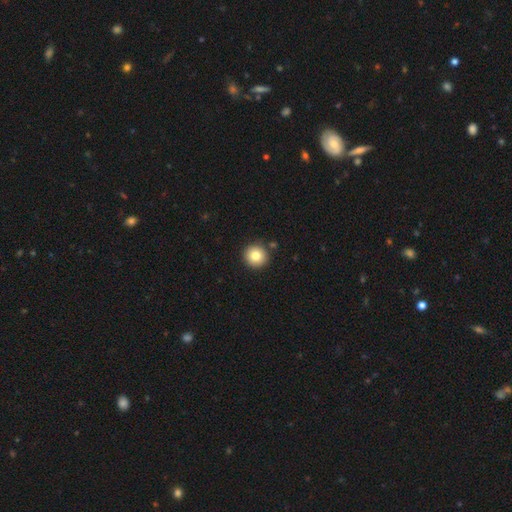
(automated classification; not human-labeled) This appears to be a smooth galaxy with no disk features (81%) that is round (95%). Merging: none (88%).